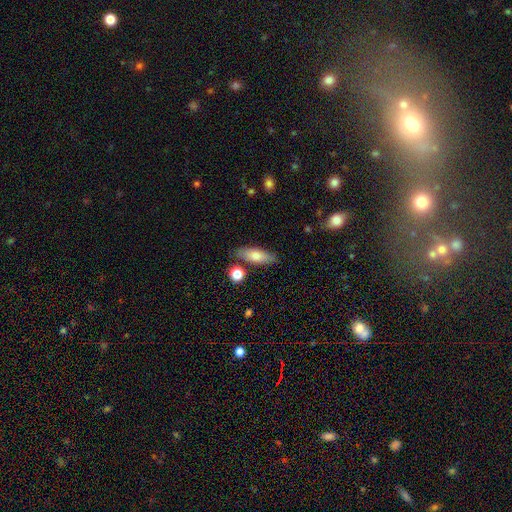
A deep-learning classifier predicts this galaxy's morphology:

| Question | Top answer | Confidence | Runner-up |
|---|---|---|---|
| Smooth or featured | smooth | 70% | featured or disk (23%) |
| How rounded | in between | 61% | cigar-shaped (36%) |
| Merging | none | 80% | minor disturbance (12%) |